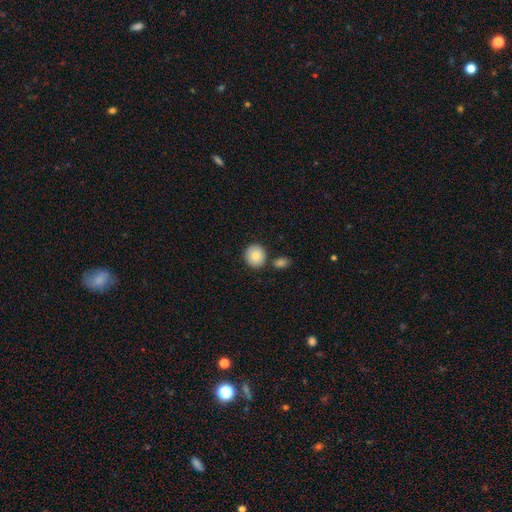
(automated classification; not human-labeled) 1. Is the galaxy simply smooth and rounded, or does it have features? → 84% smooth, 9% featured or disk, 8% star or artifact.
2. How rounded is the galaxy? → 89% round, 10% in between, 1% cigar-shaped.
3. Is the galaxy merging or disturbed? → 79% none, 11% merger, 8% minor disturbance, 2% major disturbance.